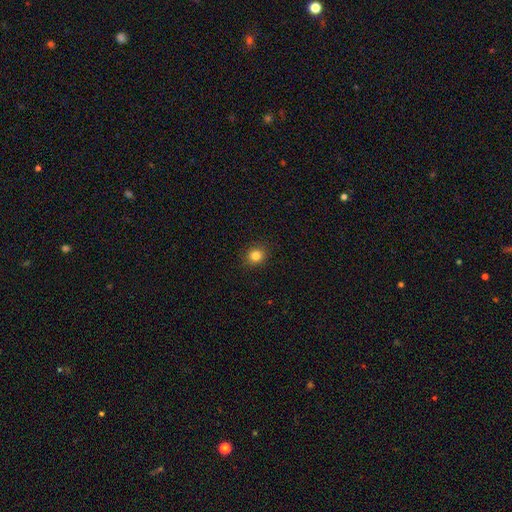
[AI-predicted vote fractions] Smooth or featured?
  - smooth: 83% *
  - star or artifact: 12%
  - featured or disk: 5%
How rounded?
  - round: 78% *
  - in between: 21%
  - cigar-shaped: 1%
Merging?
  - none: 90% *
  - minor disturbance: 7%
  - major disturbance: 2%
  - merger: 1%